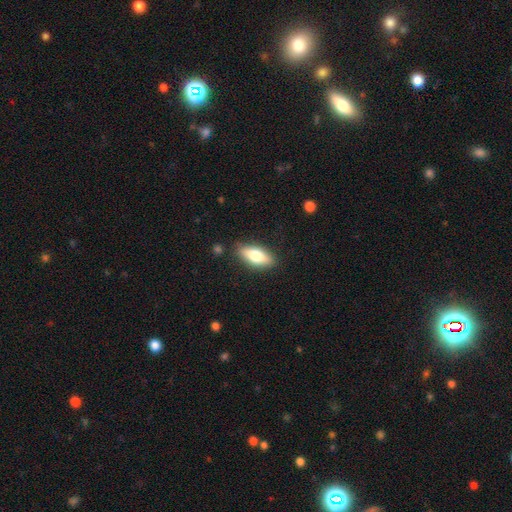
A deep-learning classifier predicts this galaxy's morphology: Smooth or featured? Predicted: smooth (p=0.71). How rounded? Predicted: in between (p=0.78). Merging? Predicted: none (p=0.85).